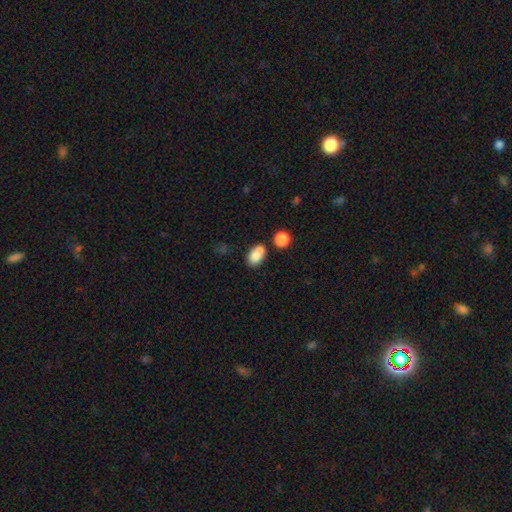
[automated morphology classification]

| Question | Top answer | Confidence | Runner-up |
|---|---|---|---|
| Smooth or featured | smooth | 80% | featured or disk (11%) |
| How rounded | in between | 79% | round (19%) |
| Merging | none | 44% | merger (39%) |